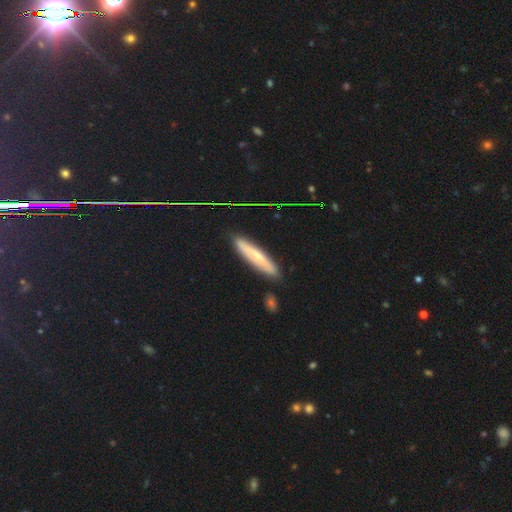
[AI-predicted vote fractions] This appears to be a smooth galaxy with no disk features (49%). Merging: none (84%).